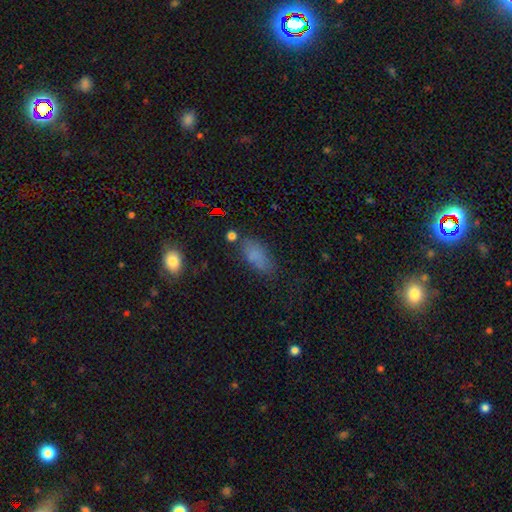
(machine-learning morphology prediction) smooth_or_featured: smooth (p=0.77) [alt: star or artifact p=0.14]
how_rounded: in between (p=0.85) [alt: cigar-shaped p=0.11]
merging: none (p=0.67) [alt: minor disturbance p=0.20]